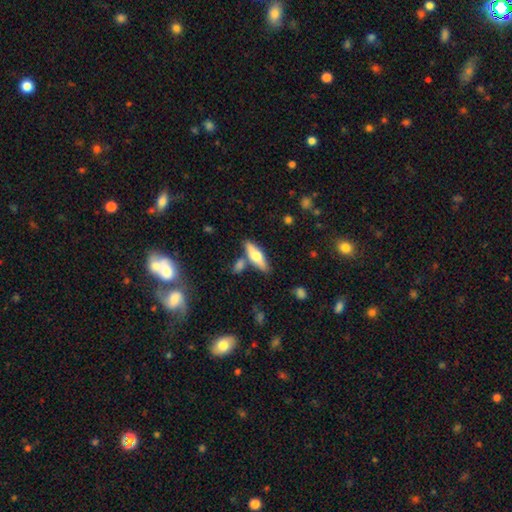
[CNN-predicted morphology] type=smooth (55%); roundness=cigar-shaped (55%); merging=none (73%).